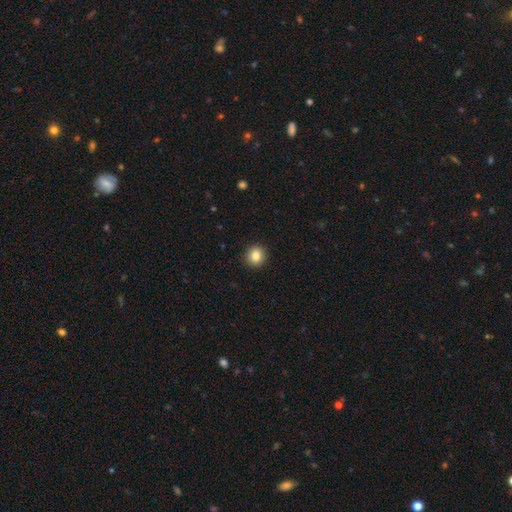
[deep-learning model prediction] The model was most divided on "smooth or featured": smooth: 84%, star or artifact: 10%, featured or disk: 6%. More confident: merging — none (93%); how rounded — round (91%).